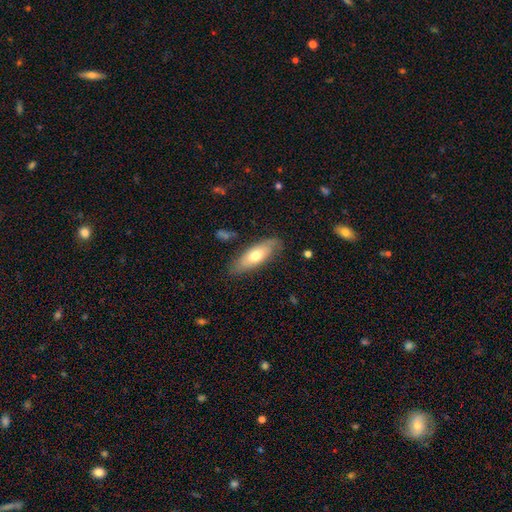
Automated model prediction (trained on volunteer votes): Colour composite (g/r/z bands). It shows a smooth galaxy with no disk features (64%) that is in between round and cigar-shaped (69%). Merging: none (78%).